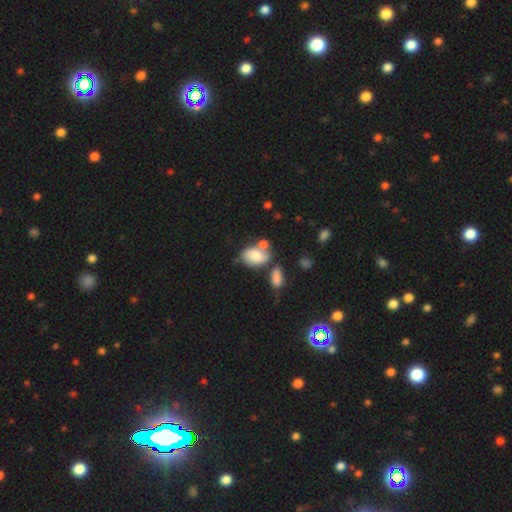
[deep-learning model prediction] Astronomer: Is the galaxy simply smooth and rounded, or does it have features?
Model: smooth — 75%.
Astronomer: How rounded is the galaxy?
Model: in between — 83%.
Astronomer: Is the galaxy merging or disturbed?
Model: none — 42% (runner-up: merger, 31%).